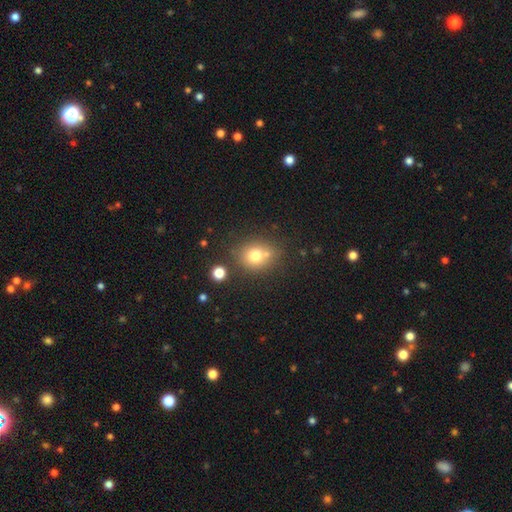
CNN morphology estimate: Smooth or featured? Predicted: smooth (p=0.75). How rounded? Predicted: round (p=0.72). Merging? Predicted: none (p=0.61).